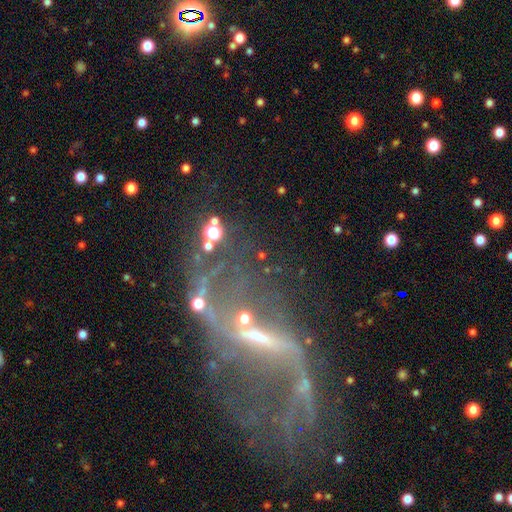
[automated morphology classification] Overall: featured or disk (76%). Edge-on disk: no (91%). Bar: strong (46%; weak 36%). Spiral arms: yes (71%). Bulge size: small (49%; none 30%). Merging: none (38%; major disturbance 32%).